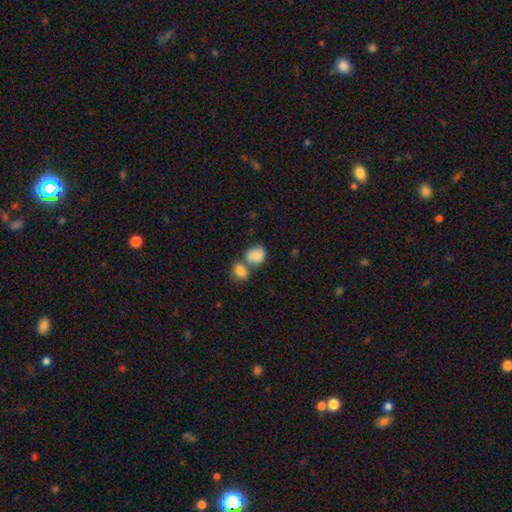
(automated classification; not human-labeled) Q: Smooth or featured?
A: smooth (82%); runner-up: featured or disk (11%)
Q: How rounded?
A: round (50%); runner-up: in between (49%)
Q: Merging?
A: merger (59%); runner-up: none (26%)